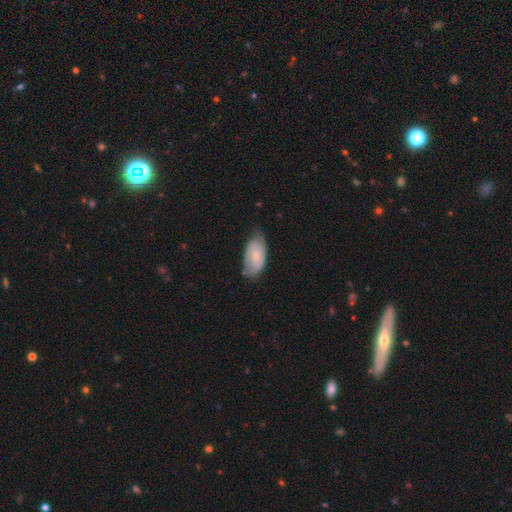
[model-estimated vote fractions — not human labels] The model was most divided on "smooth or featured": smooth: 57%, featured or disk: 37%, star or artifact: 6%. More confident: how rounded — in between (93%); merging — none (56%).